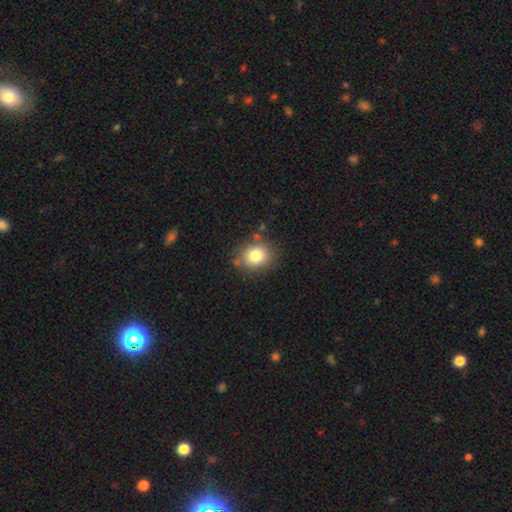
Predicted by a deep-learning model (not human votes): The model was most divided on "how rounded": round: 59%, in between: 40%, cigar-shaped: 1%. More confident: smooth or featured — smooth (80%); merging — none (79%).